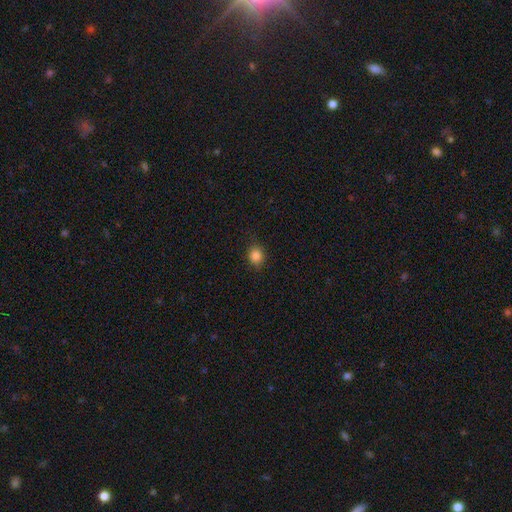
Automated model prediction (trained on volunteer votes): This appears to be a smooth galaxy with no disk features (85%) that is round (66%). Merging: none (86%).